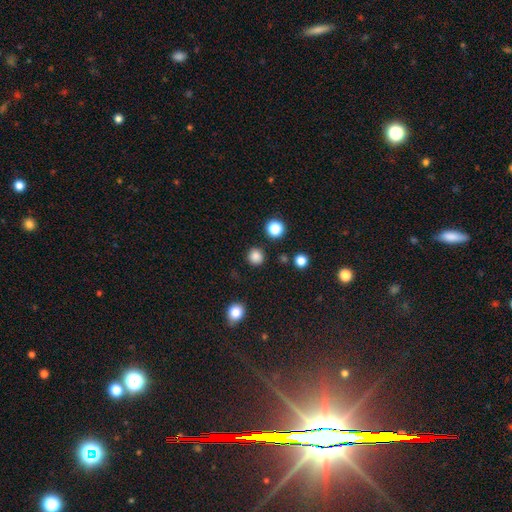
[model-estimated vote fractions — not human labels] Smooth or featured? Predicted: smooth (p=0.83). How rounded? Predicted: round (p=0.93). Merging? Predicted: none (p=0.89).